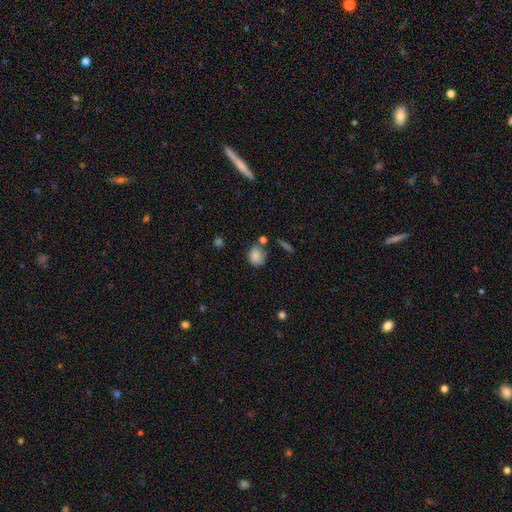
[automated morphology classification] Smooth or featured?
  - smooth: 83% *
  - star or artifact: 10%
  - featured or disk: 7%
How rounded?
  - round: 58% *
  - in between: 40%
  - cigar-shaped: 1%
Merging?
  - none: 57% *
  - minor disturbance: 24%
  - merger: 13%
  - major disturbance: 7%